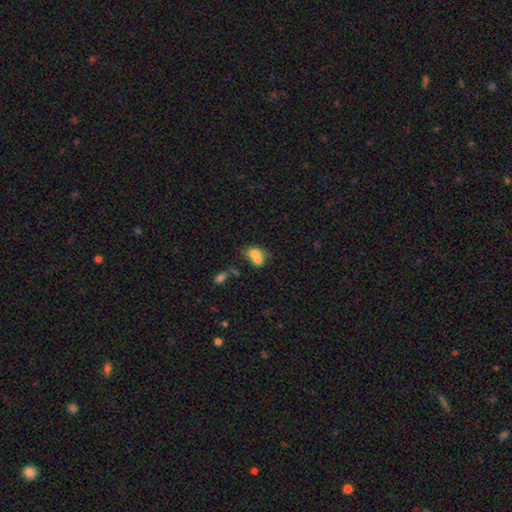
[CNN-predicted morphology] Smooth or featured?
  - smooth: 71% *
  - featured or disk: 18%
  - star or artifact: 11%
How rounded?
  - in between: 65% *
  - round: 33%
  - cigar-shaped: 2%
Merging?
  - merger: 56% *
  - none: 25%
  - minor disturbance: 12%
  - major disturbance: 7%